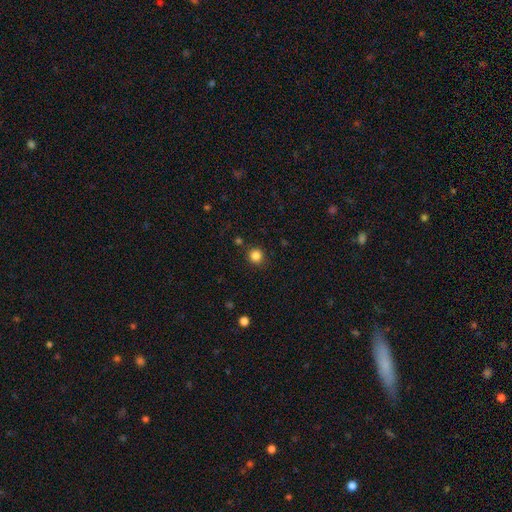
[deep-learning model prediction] Smooth or featured? smooth (84%)
How rounded? round (92%)
Merging? none (87%)